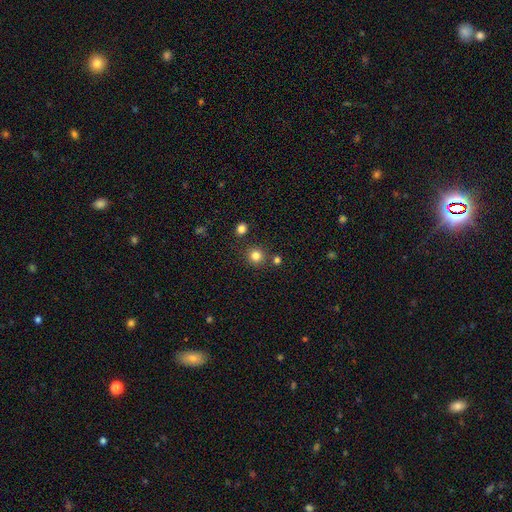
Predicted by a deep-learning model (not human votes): Q: Smooth or featured?
A: smooth (82%); runner-up: star or artifact (14%)
Q: How rounded?
A: round (93%); runner-up: in between (6%)
Q: Merging?
A: none (85%); runner-up: minor disturbance (6%)